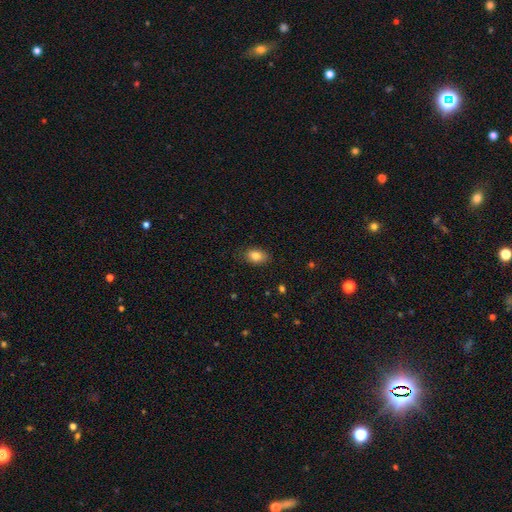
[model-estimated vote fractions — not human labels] This appears to be a smooth galaxy with no disk features (85%) that is in between round and cigar-shaped (82%). Merging: none (82%).